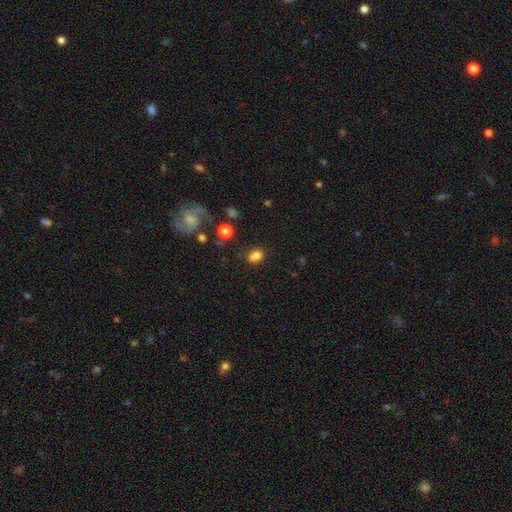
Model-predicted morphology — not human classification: Overall: smooth (77%). How rounded: in between (59%; round 40%). Merging: none (53%; merger 22%).